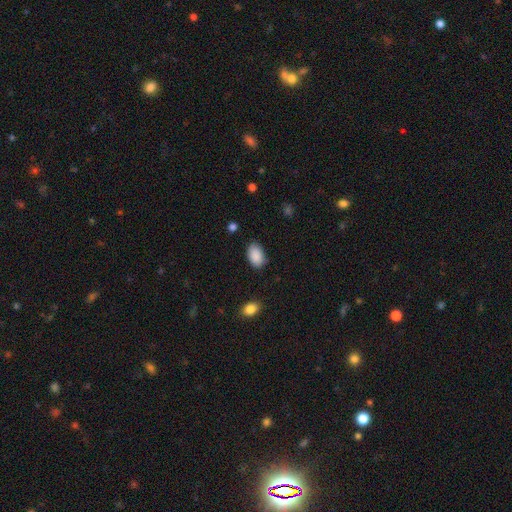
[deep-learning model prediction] Q: Smooth or featured?
A: smooth (90%); runner-up: star or artifact (7%)
Q: How rounded?
A: in between (92%); runner-up: round (7%)
Q: Merging?
A: none (83%); runner-up: minor disturbance (13%)